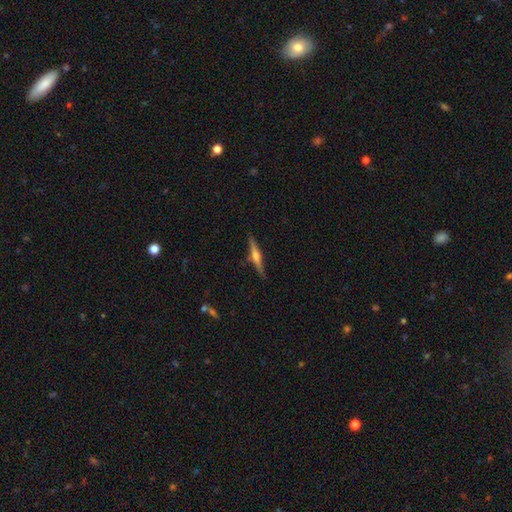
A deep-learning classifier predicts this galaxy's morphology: smooth_or_featured: featured or disk (p=0.67) [alt: smooth p=0.27]
disk_edge_on: yes (p=0.98) [alt: no p=0.02]
edge_on_bulge: rounded (p=0.87) [alt: boxy p=0.07]
merging: none (p=0.88) [alt: minor disturbance p=0.09]